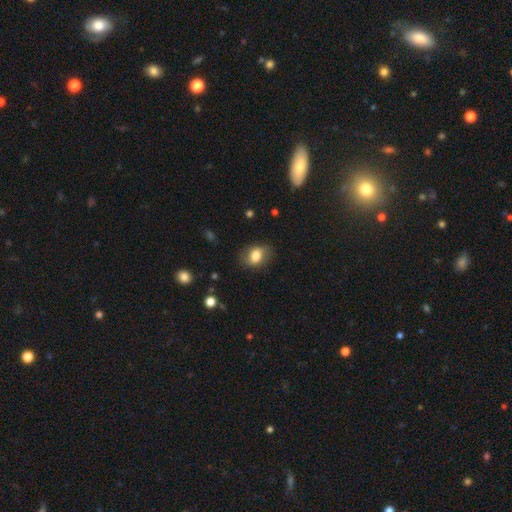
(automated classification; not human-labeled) smooth 76%, featured or disk 16%, star or artifact 8%. Down the decision tree: how rounded — in between (73%); merging — none (77%).